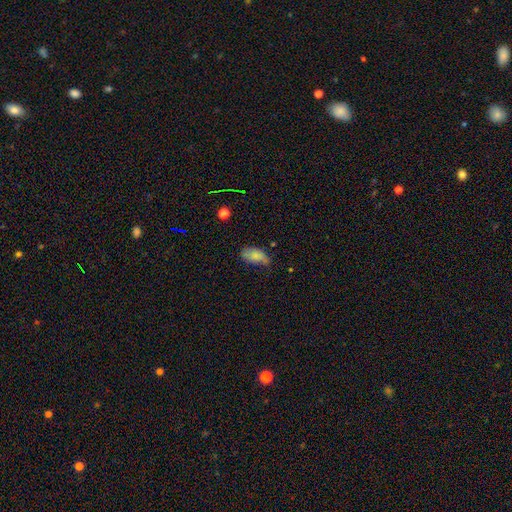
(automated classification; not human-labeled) This appears to be a smooth galaxy with no disk features (79%) that is in between round and cigar-shaped (92%). Merging: none (49%).